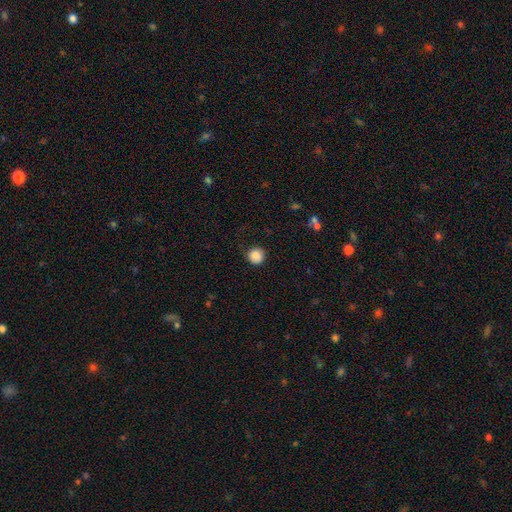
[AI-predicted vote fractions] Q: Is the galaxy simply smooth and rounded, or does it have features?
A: smooth — 87%.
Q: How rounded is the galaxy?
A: round — 93%.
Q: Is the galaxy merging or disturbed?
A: none — 82%.